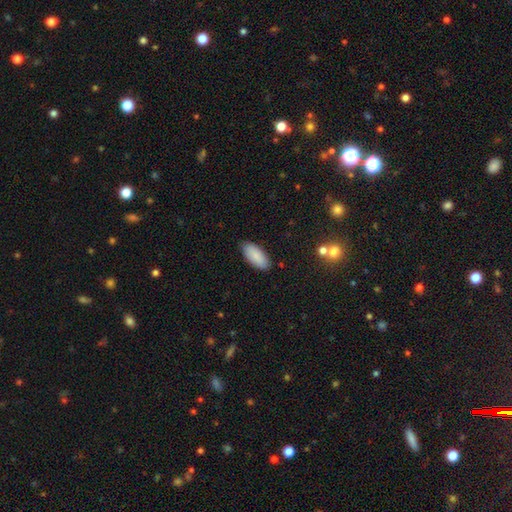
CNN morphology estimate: A smooth galaxy with no disk features (89%) that is in between round and cigar-shaped (88%). Merging: none (86%).